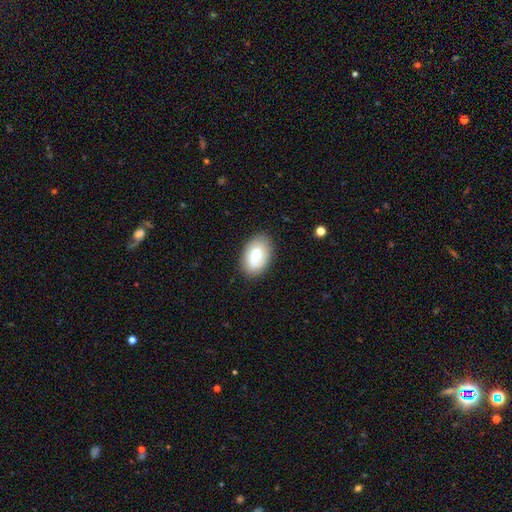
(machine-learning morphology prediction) Overall: smooth (69%). How rounded: in between (92%). Merging: none (84%).